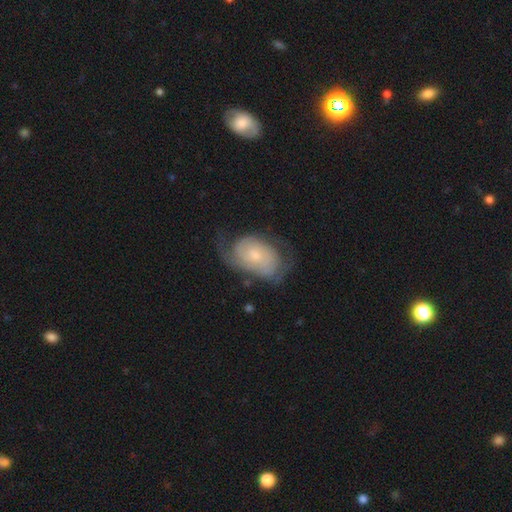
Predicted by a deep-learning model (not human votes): This appears to be a featured or disk galaxy (70%) with no bar (72%), 2 (48%) tight (51%) spiral arms (89%) and a small central bulge (54%). Merging: none (56%).